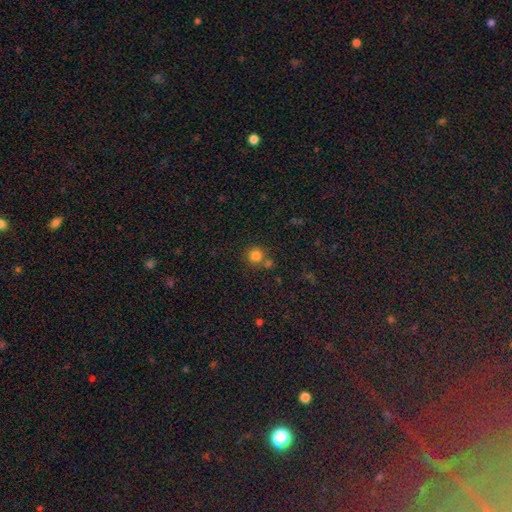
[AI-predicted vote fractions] smooth_or_featured: smooth (p=0.82) [alt: star or artifact p=0.13]
how_rounded: round (p=0.94) [alt: in between p=0.05]
merging: none (p=0.71) [alt: merger p=0.18]